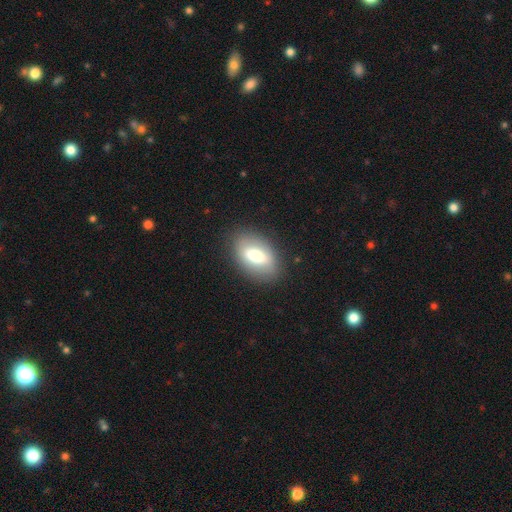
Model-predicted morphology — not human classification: smooth-or-featured: smooth: 65% | featured or disk: 27% | star or artifact: 8%
  how-rounded: in between: 89% | round: 8% | cigar-shaped: 3%
  merging: none: 84% | minor disturbance: 11% | major disturbance: 4% | merger: 1%